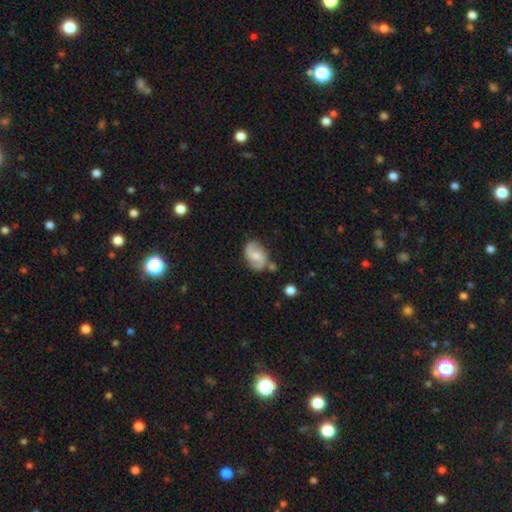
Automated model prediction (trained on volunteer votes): This appears to be a featured or disk galaxy (65%) with a weak bar (47%), 2 (89%) medium (44%) spiral arms (90%) and a moderate central bulge (56%). Merging: none (69%).